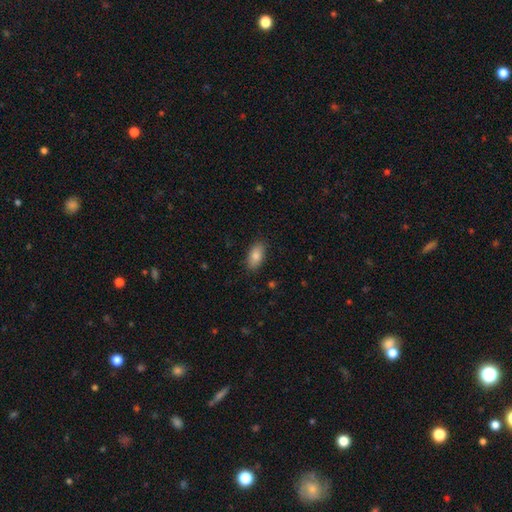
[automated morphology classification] Smooth or featured? Predicted: smooth (p=0.84). How rounded? Predicted: in between (p=0.92). Merging? Predicted: none (p=0.87).